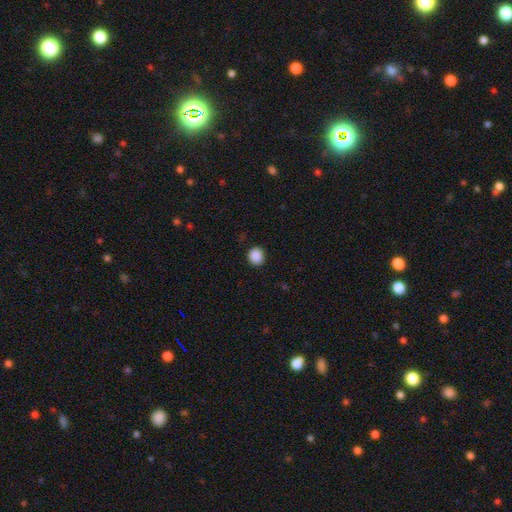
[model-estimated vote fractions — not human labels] A smooth galaxy with no disk features (89%) that is round (86%).

Vote fractions:
- Smooth or featured? smooth: 89% / star or artifact: 9% / featured or disk: 2%
- How rounded? round: 86% / in between: 13% / cigar-shaped: 1%
- Merging? none: 91% / minor disturbance: 6% / major disturbance: 2% / merger: 1%